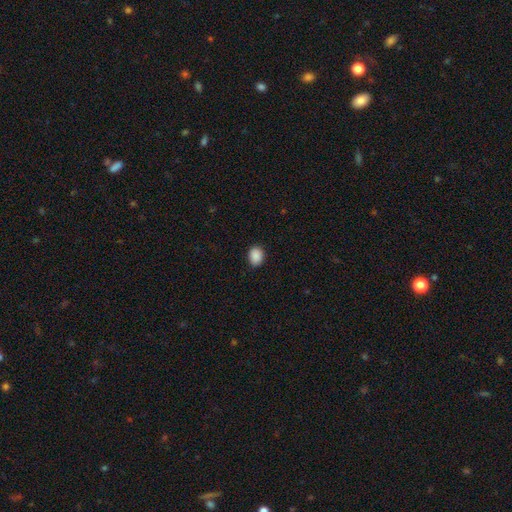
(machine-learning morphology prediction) smooth 89%, star or artifact 8%, featured or disk 2%. Down the decision tree: how rounded — in between (57%); merging — none (86%).